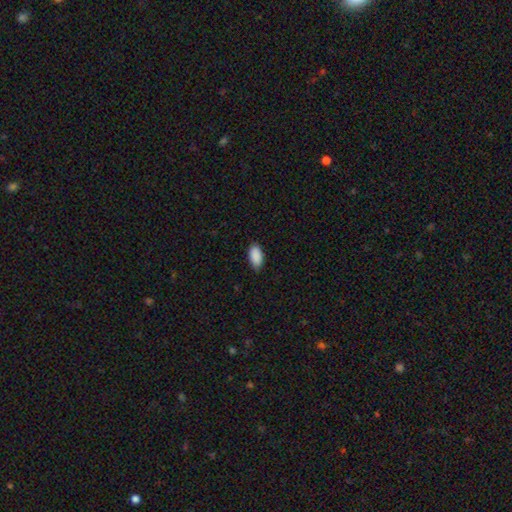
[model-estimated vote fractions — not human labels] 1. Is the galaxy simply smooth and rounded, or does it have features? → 90% smooth, 7% star or artifact, 3% featured or disk.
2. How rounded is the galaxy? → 94% in between, 4% cigar-shaped, 3% round.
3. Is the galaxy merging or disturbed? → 79% none, 18% minor disturbance, 3% major disturbance, 1% merger.